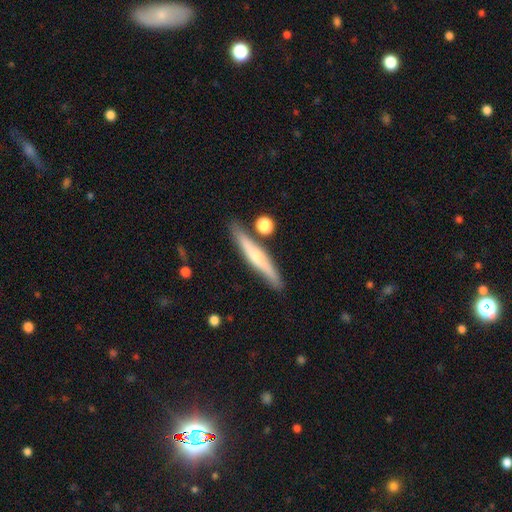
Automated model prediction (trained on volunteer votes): Smooth or featured?
  - featured or disk: 54% *
  - smooth: 39%
  - star or artifact: 7%
Edge-on disk?
  - yes: 92% *
  - no: 8%
Edge-on bulge?
  - rounded: 74% *
  - none: 19%
  - boxy: 7%
Merging?
  - none: 81% *
  - minor disturbance: 11%
  - merger: 6%
  - major disturbance: 2%